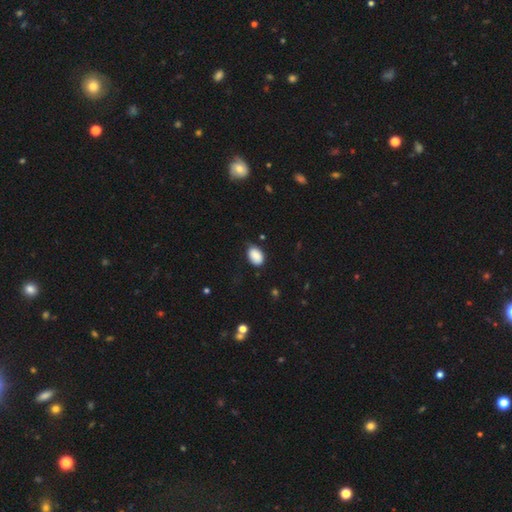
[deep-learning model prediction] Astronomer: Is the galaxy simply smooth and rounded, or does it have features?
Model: smooth — 87%.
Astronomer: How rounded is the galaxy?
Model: in between — 88%.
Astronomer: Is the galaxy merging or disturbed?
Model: none — 64%.